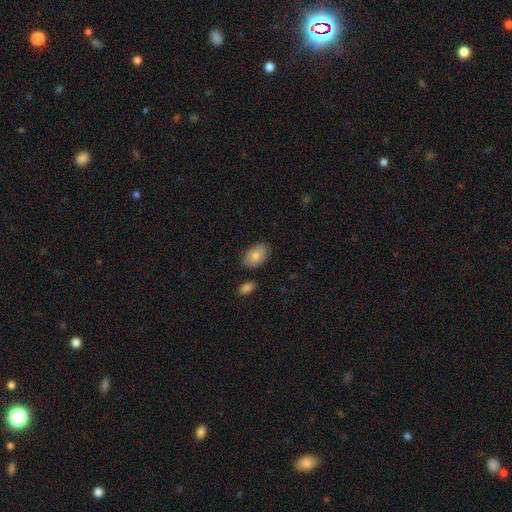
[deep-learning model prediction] This appears to be a smooth galaxy with no disk features (82%) that is in between round and cigar-shaped (90%). Merging: none (81%).